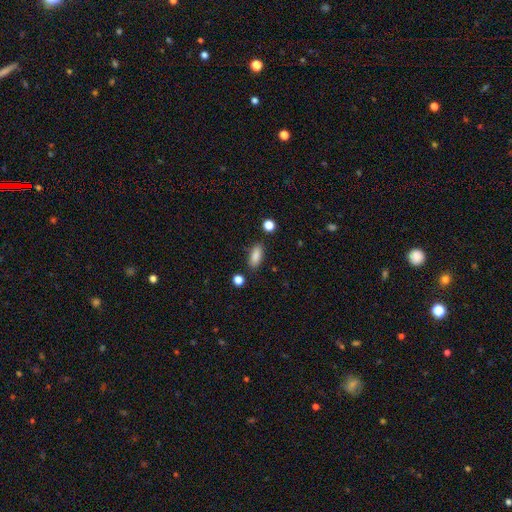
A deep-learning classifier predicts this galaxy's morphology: smooth 87%, star or artifact 8%, featured or disk 5%. Down the decision tree: how rounded — in between (79%); merging — none (84%).